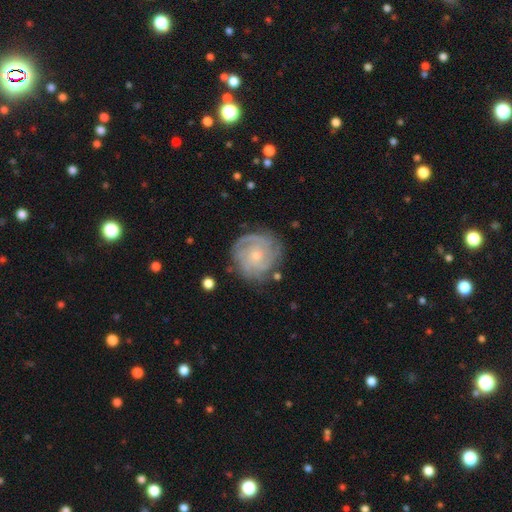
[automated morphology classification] Smooth or featured: featured or disk — 80% (smooth — 14%)
Edge-on disk: no — 98% (yes — 2%)
Bar: no — 73% (weak — 24%)
Spiral arms: yes — 94% (no — 6%)
Spiral winding: tight — 69% (medium — 25%)
Spiral arm count: can't tell — 31% (3 — 26%)
Bulge size: small — 59% (moderate — 34%)
Merging: none — 77% (minor disturbance — 16%)